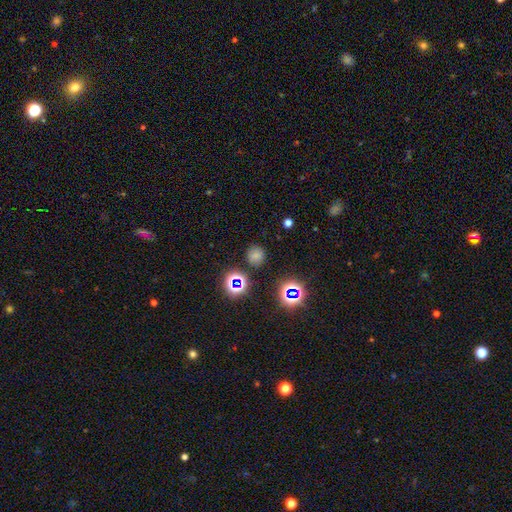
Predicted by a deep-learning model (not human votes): Smooth or featured? Predicted: smooth (p=0.66). How rounded? Predicted: round (p=0.84). Merging? Predicted: none (p=0.84).